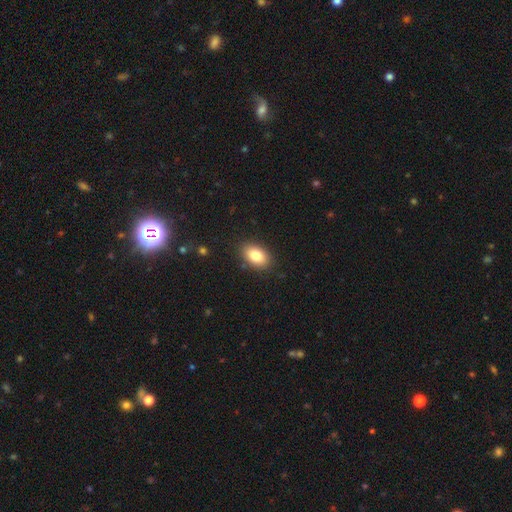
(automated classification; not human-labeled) Smooth or featured: smooth — 84% (featured or disk — 8%)
How rounded: in between — 88% (round — 10%)
Merging: none — 87% (minor disturbance — 9%)